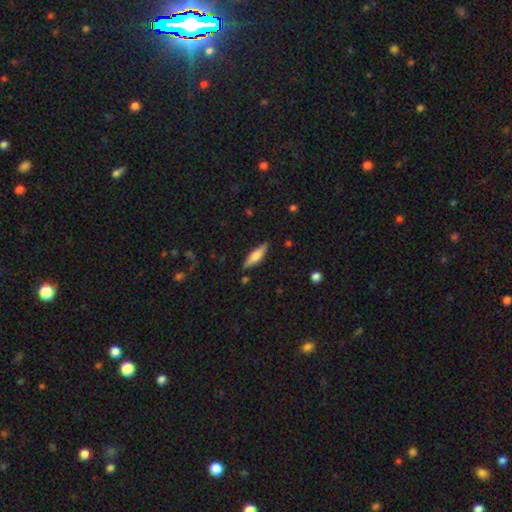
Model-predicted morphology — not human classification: Smooth or featured?
  - smooth: 60% *
  - featured or disk: 34%
  - star or artifact: 6%
How rounded?
  - cigar-shaped: 61% *
  - in between: 37%
  - round: 2%
Merging?
  - none: 85% *
  - minor disturbance: 11%
  - major disturbance: 2%
  - merger: 2%